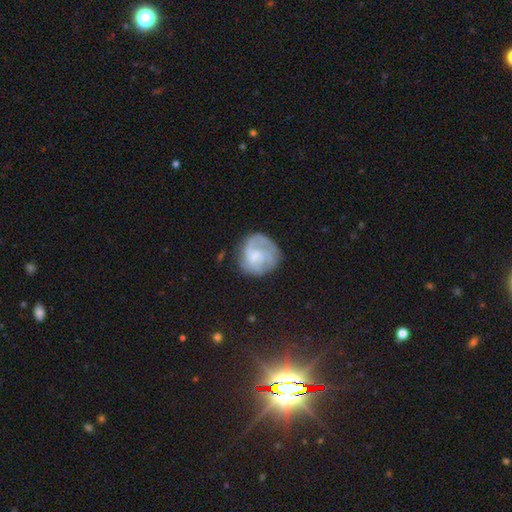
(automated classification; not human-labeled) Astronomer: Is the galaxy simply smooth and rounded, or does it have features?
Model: featured or disk — 71%.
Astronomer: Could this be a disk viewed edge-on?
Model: no — 98%.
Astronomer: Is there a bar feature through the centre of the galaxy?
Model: no — 48% (runner-up: weak, 45%).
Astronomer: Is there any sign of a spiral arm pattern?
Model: yes — 90%.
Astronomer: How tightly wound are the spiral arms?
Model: tight — 50% (runner-up: medium, 36%).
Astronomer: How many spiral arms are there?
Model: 2 — 32% (runner-up: can't tell, 31%).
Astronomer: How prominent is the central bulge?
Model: small — 52%.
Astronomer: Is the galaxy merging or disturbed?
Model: none — 65%.